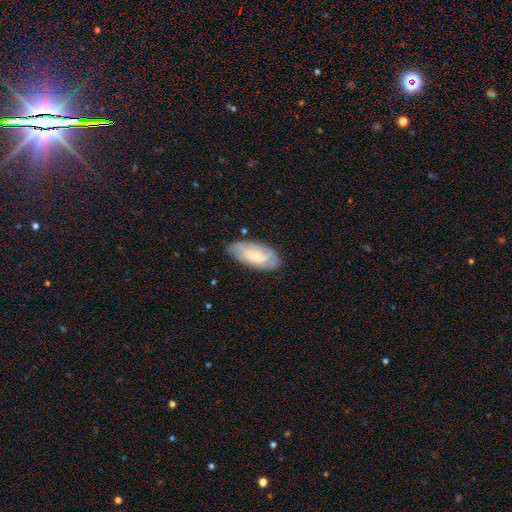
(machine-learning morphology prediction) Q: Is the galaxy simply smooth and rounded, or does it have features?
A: featured or disk — 50%.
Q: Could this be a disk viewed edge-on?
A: no — 90%.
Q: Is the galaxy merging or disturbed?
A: none — 71%.